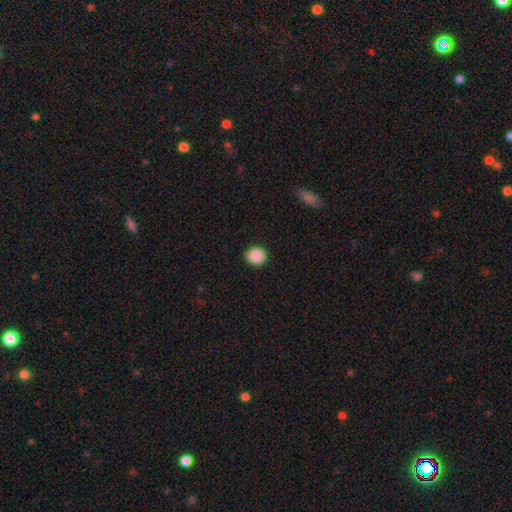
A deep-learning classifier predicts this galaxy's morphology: The model was most divided on "smooth or featured": smooth: 89%, star or artifact: 8%, featured or disk: 3%. More confident: merging — none (90%); how rounded — round (90%).